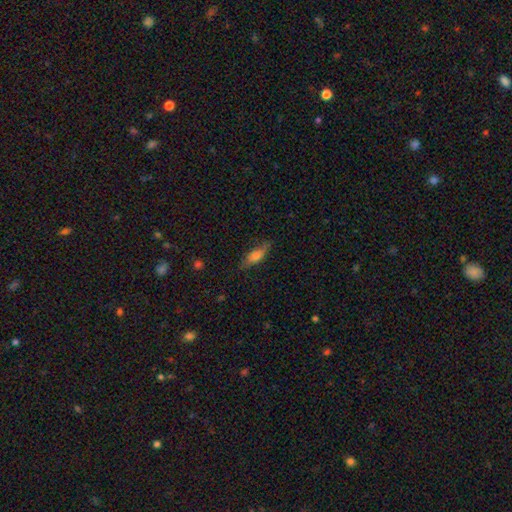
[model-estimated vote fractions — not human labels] Smooth or featured?
  - smooth: 66% *
  - featured or disk: 26%
  - star or artifact: 8%
How rounded?
  - cigar-shaped: 49% *
  - in between: 48%
  - round: 3%
Merging?
  - none: 77% *
  - minor disturbance: 17%
  - major disturbance: 4%
  - merger: 1%